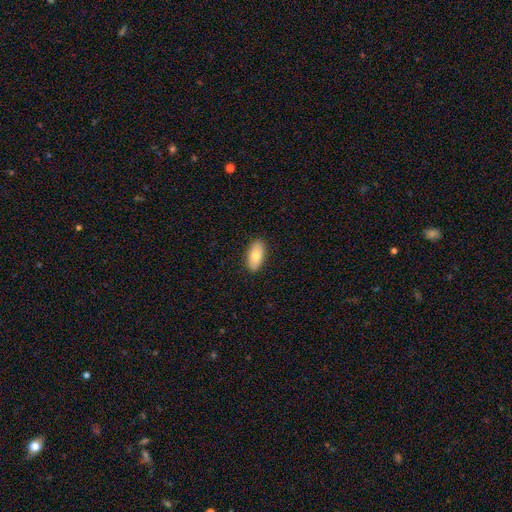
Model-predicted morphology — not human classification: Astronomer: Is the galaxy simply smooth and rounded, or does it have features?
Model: smooth — 77%.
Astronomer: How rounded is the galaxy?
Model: in between — 90%.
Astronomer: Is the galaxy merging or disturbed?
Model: none — 90%.